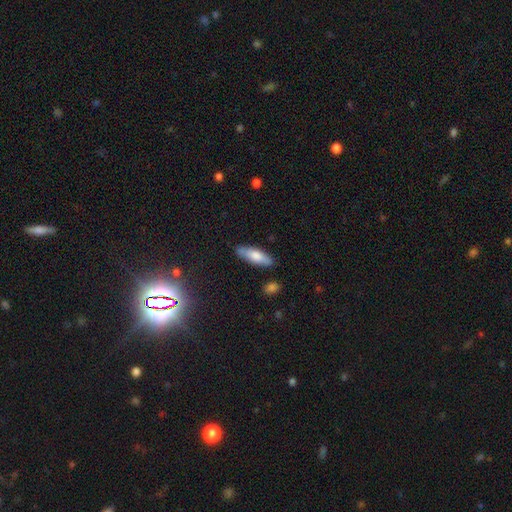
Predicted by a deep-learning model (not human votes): smooth_or_featured: smooth (p=0.72) [alt: featured or disk p=0.22]
how_rounded: in between (p=0.50) [alt: cigar-shaped p=0.48]
merging: none (p=0.83) [alt: minor disturbance p=0.12]